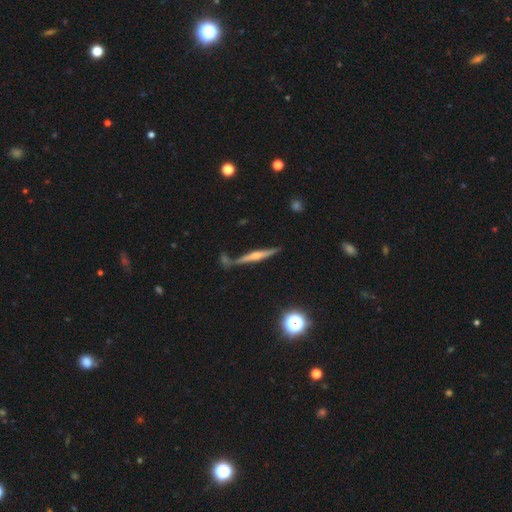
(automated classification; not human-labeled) Overall: featured or disk (66%). Edge-on disk: yes (96%). Edge-on bulge: rounded (81%). Merging: none (74%).